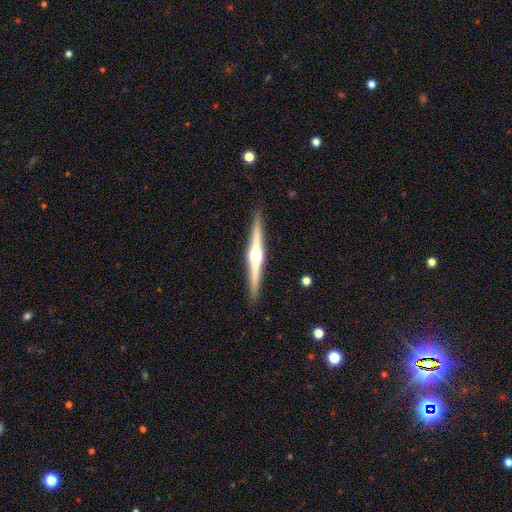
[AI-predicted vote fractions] This is clearly a featured or disk galaxy (81%). It is clearly viewed edge-on (99%). Edge-on bulge: clearly rounded (94%). Merging: clearly none (92%).